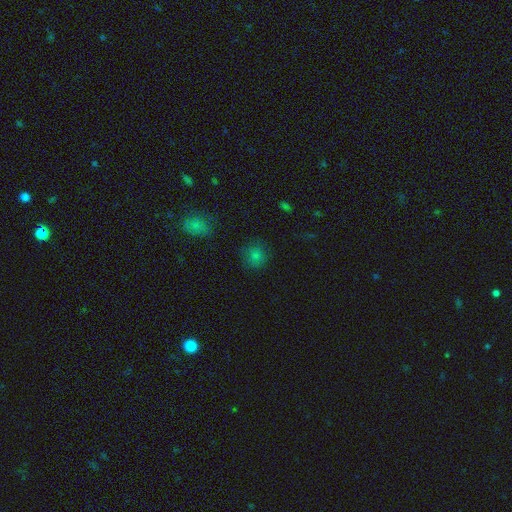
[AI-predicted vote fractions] Smooth or featured?
  - smooth: 79% *
  - star or artifact: 15%
  - featured or disk: 6%
How rounded?
  - round: 88% *
  - in between: 11%
  - cigar-shaped: 1%
Merging?
  - none: 80% *
  - minor disturbance: 14%
  - major disturbance: 4%
  - merger: 2%